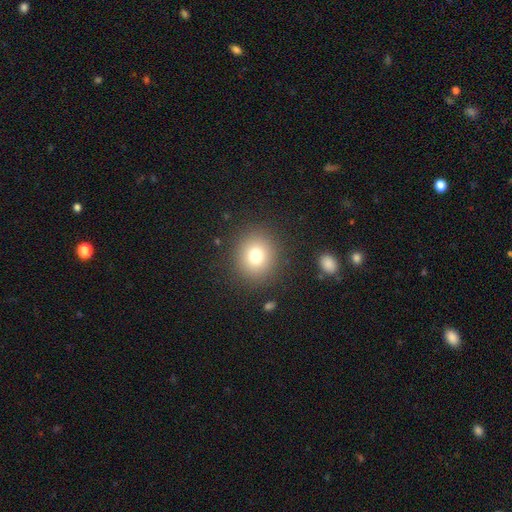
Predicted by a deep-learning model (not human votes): Morphology: type=smooth (76%); roundness=round (83%); merging=none (88%).